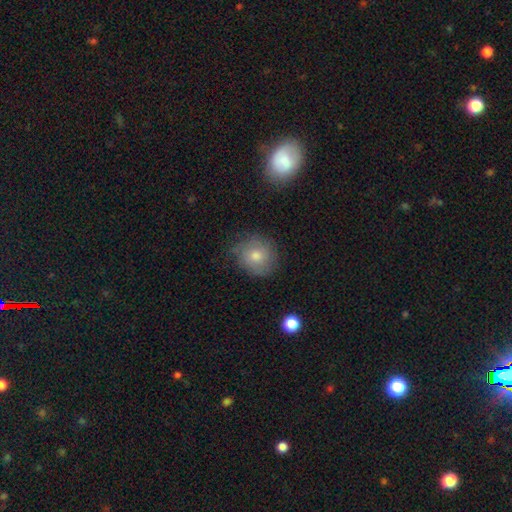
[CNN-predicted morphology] This appears to be a smooth galaxy with no disk features (68%) that is round (85%). Merging: none (71%).